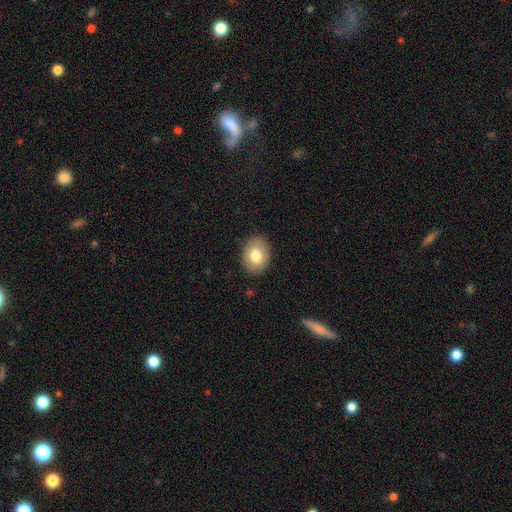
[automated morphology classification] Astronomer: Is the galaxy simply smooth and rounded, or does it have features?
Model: smooth — 78%.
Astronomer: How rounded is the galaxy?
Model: in between — 67%.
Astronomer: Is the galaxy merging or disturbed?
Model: none — 87%.